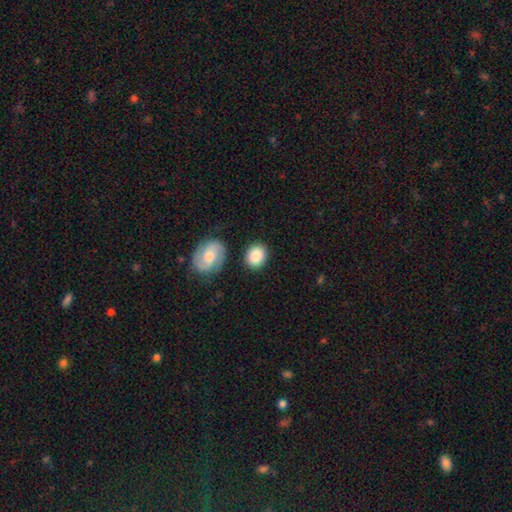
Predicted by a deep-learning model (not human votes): This appears to be a smooth galaxy with no disk features (84%) that is round (54%). Merging: none (81%).